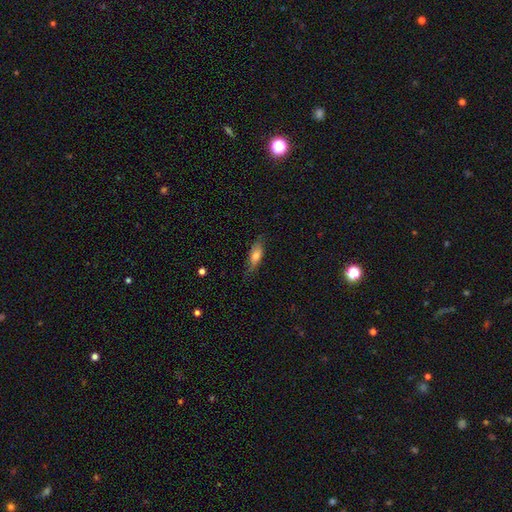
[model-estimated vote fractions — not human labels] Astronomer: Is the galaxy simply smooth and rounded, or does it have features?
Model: smooth — 67%.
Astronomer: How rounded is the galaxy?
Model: in between — 61%.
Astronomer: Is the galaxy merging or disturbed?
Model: none — 72%.